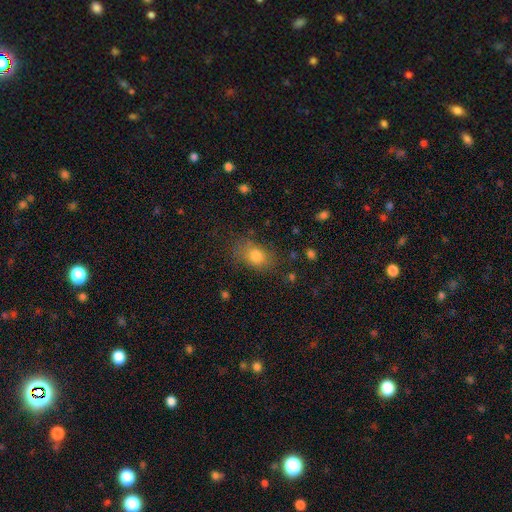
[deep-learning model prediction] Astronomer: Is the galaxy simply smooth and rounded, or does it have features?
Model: smooth — 78%.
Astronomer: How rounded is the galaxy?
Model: in between — 72%.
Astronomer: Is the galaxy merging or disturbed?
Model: none — 73%.